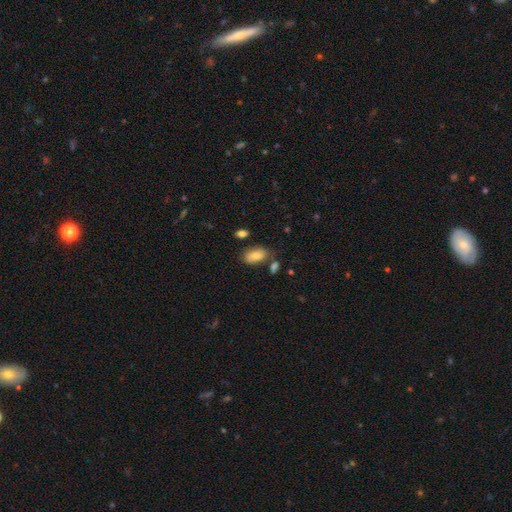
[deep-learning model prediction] Smooth or featured: smooth — 81% (featured or disk — 12%)
How rounded: in between — 93% (round — 4%)
Merging: none — 69% (minor disturbance — 17%)